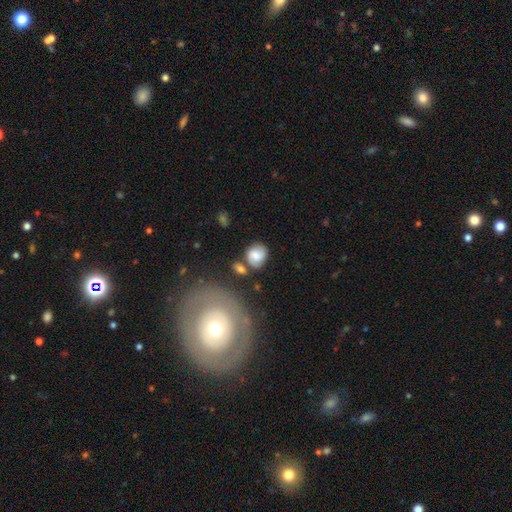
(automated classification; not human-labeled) A smooth galaxy with no disk features (65%) that is round (59%).

Vote fractions:
- Smooth or featured? smooth: 65% / featured or disk: 26% / star or artifact: 9%
- How rounded? round: 59% / in between: 39% / cigar-shaped: 1%
- Merging? none: 60% / minor disturbance: 21% / merger: 11% / major disturbance: 8%